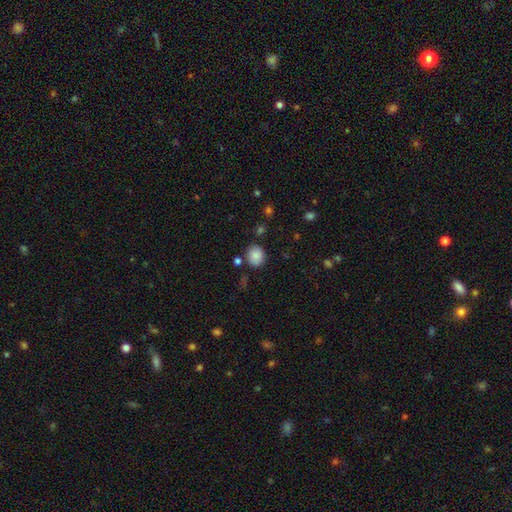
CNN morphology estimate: Smooth or featured? smooth (86%)
How rounded? round (74%)
Merging? none (81%)